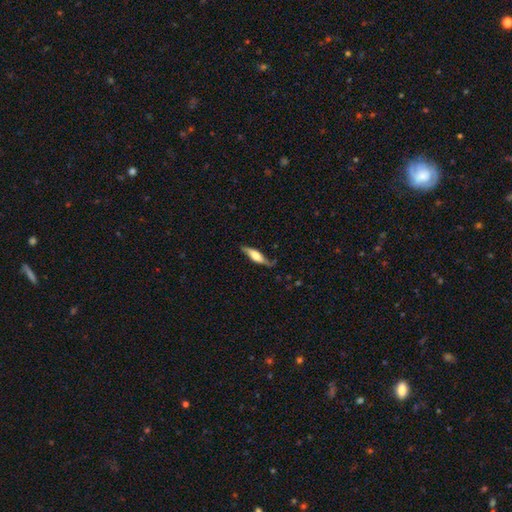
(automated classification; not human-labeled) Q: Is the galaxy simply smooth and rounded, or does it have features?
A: featured or disk — 57%.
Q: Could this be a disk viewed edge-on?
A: yes — 66%.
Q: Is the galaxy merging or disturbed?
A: none — 66%.